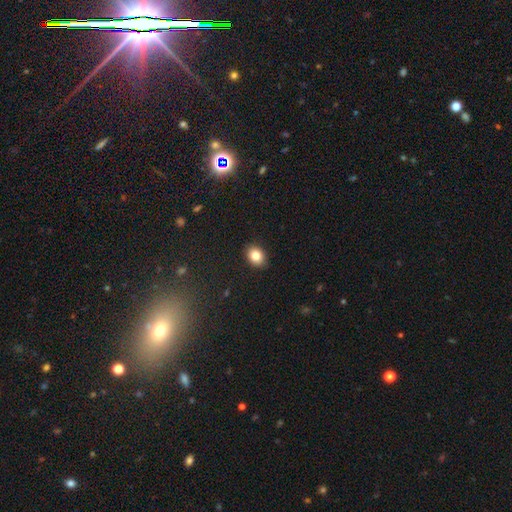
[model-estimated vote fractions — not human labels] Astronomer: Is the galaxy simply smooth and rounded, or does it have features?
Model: smooth — 84%.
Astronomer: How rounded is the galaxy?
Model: in between — 64%.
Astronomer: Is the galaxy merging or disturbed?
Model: none — 90%.